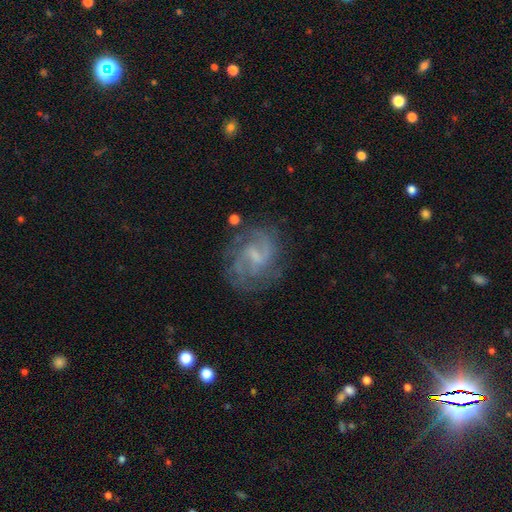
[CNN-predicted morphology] type=featured or disk (78%); edge-on=no (98%); bar=weak (57%); spiral arms=yes (91%); winding=medium (46%); arm count=2 (45%); bulge=small (52%); merging=none (71%).